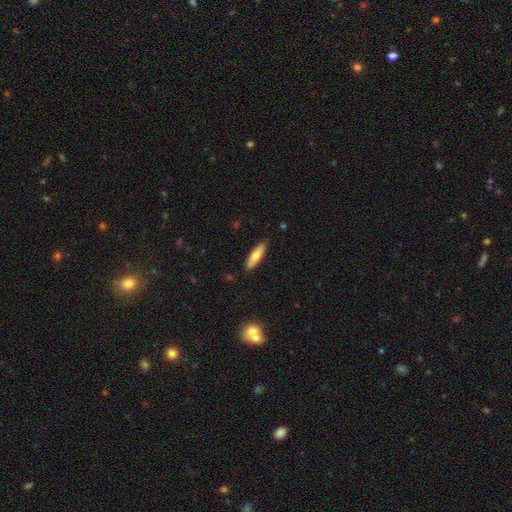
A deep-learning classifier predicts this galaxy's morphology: Smooth or featured: smooth — 72% (featured or disk — 22%)
How rounded: cigar-shaped — 64% (in between — 34%)
Merging: none — 86% (minor disturbance — 11%)